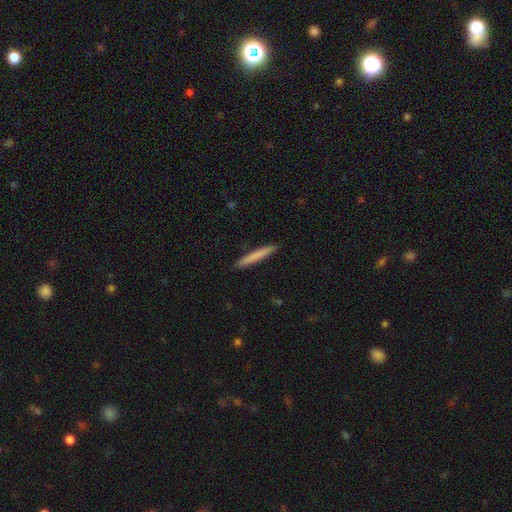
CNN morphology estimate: Smooth or featured? Predicted: smooth (p=0.74). How rounded? Predicted: cigar-shaped (p=0.97). Merging? Predicted: none (p=0.92).